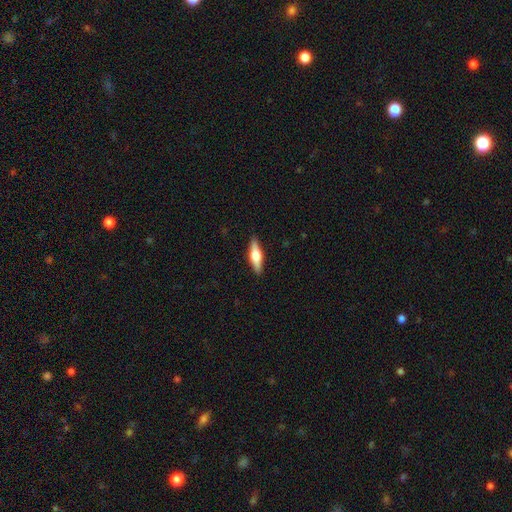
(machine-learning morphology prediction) Smooth or featured?
  - featured or disk: 51% *
  - smooth: 43%
  - star or artifact: 6%
Edge-on disk?
  - yes: 95% *
  - no: 5%
Merging?
  - none: 90% *
  - minor disturbance: 8%
  - major disturbance: 2%
  - merger: 1%